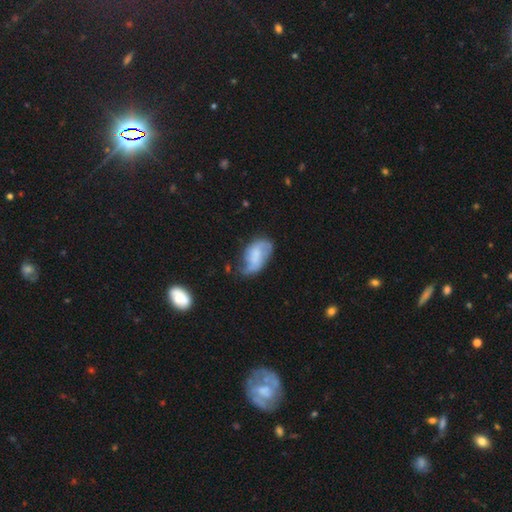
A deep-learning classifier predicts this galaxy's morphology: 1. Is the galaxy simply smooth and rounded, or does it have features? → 56% featured or disk, 36% smooth, 8% star or artifact.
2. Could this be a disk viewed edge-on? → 96% no, 4% yes.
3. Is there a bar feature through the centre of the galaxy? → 51% no, 38% weak, 11% strong.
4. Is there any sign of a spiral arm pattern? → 81% yes, 19% no.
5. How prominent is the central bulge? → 48% none, 25% small, 17% moderate, 7% large, 2% dominant.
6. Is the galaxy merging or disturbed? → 45% none, 33% minor disturbance, 17% major disturbance, 5% merger.